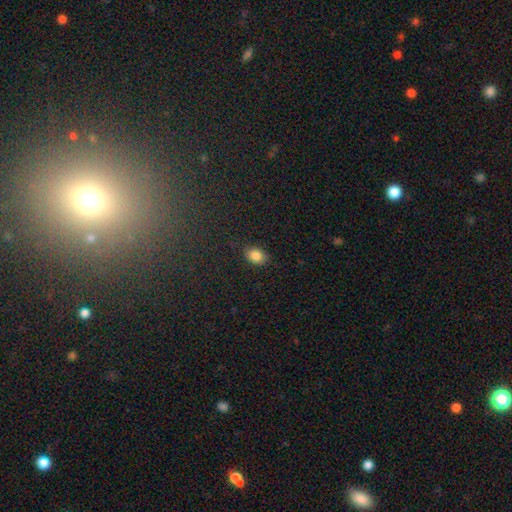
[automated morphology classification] smooth-or-featured: smooth: 84% | star or artifact: 10% | featured or disk: 6%
  how-rounded: in between: 65% | round: 34% | cigar-shaped: 1%
  merging: none: 85% | minor disturbance: 11% | major disturbance: 3% | merger: 1%